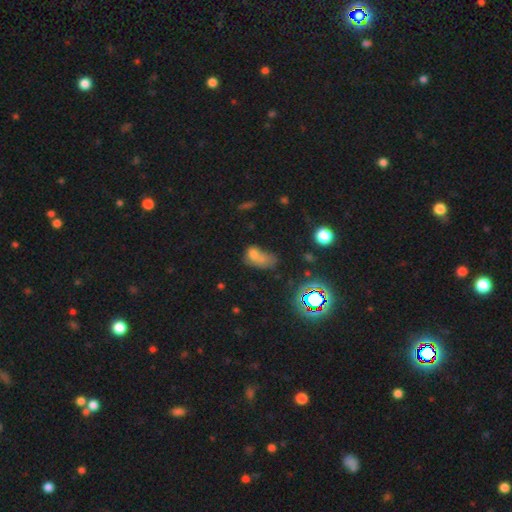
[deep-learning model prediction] Smooth or featured: smooth — 59% (star or artifact — 23%)
How rounded: in between — 74% (round — 22%)
Merging: merger — 44% (none — 21%)